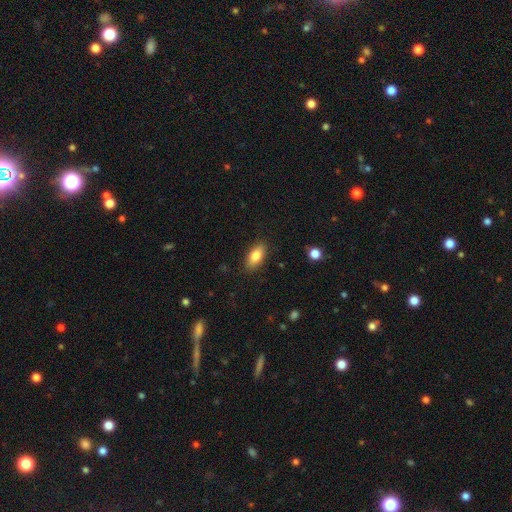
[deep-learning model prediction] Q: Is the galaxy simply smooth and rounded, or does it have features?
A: smooth — 83%.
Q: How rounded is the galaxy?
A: in between — 88%.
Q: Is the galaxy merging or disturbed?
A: none — 86%.